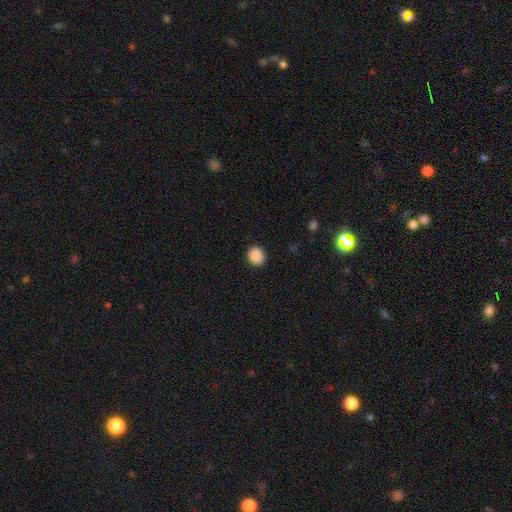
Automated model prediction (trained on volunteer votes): This is clearly a smooth galaxy (89%). How rounded: likely round (76%). Merging: clearly none (91%).